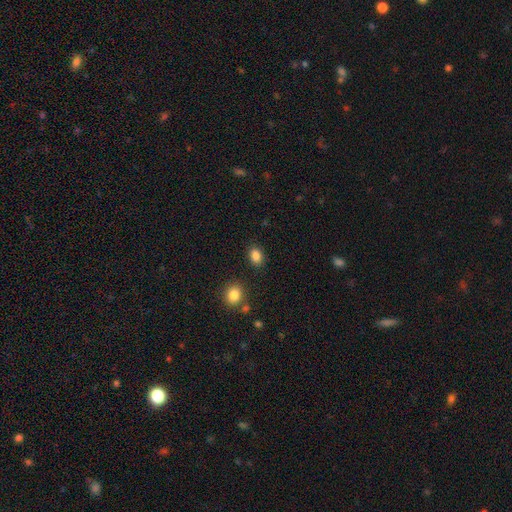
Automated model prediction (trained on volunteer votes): Smooth or featured? smooth (86%)
How rounded? in between (71%)
Merging? none (85%)